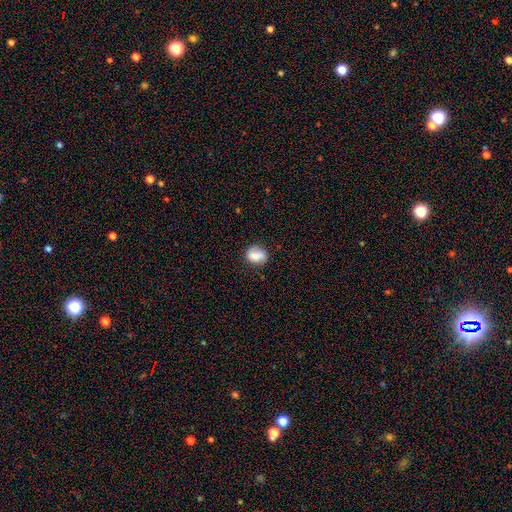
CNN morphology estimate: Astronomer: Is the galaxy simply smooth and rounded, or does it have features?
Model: smooth — 69%.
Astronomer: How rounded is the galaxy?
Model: round — 53% (runner-up: in between, 46%).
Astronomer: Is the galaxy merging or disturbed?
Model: none — 74%.